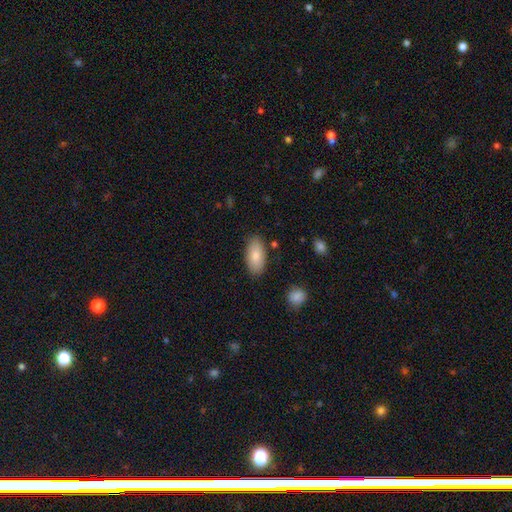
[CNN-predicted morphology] smooth 83%, featured or disk 11%, star or artifact 6%. Down the decision tree: how rounded — in between (92%); merging — none (84%).